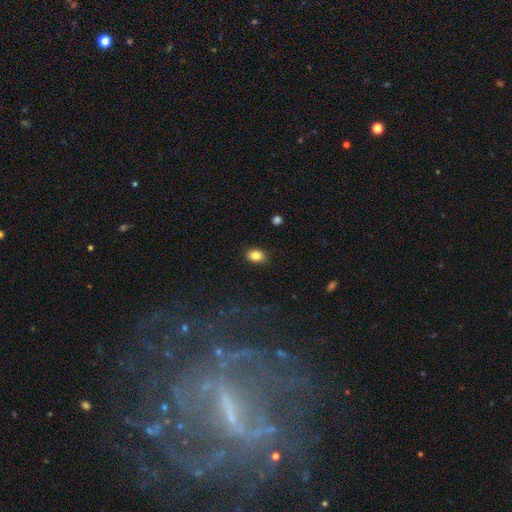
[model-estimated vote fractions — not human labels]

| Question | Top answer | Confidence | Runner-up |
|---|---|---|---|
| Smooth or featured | smooth | 85% | star or artifact (9%) |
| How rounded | in between | 74% | round (25%) |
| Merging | none | 87% | minor disturbance (10%) |